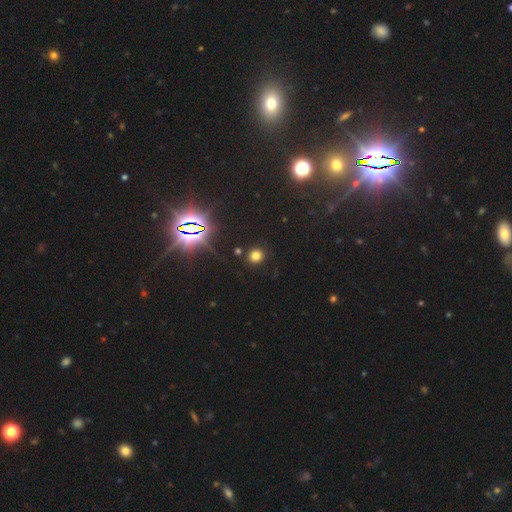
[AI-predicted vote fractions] smooth 69%, star or artifact 25%, featured or disk 6%. Down the decision tree: how rounded — round (90%); merging — none (89%).